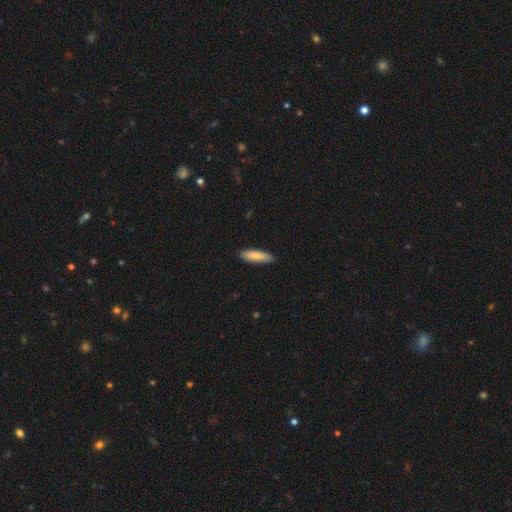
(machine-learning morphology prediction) smooth 83%, featured or disk 12%, star or artifact 5%. Down the decision tree: how rounded — cigar-shaped (61%); merging — none (88%).